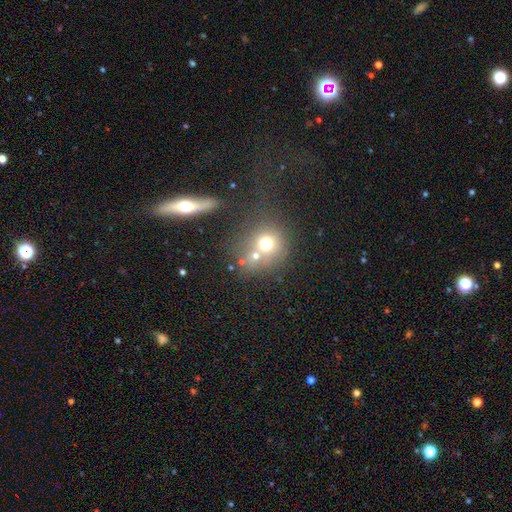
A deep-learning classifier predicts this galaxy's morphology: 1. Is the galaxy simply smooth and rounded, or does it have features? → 55% smooth, 25% featured or disk, 20% star or artifact.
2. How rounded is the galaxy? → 77% round, 20% in between, 3% cigar-shaped.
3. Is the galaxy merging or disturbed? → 45% none, 35% merger, 11% minor disturbance, 9% major disturbance.